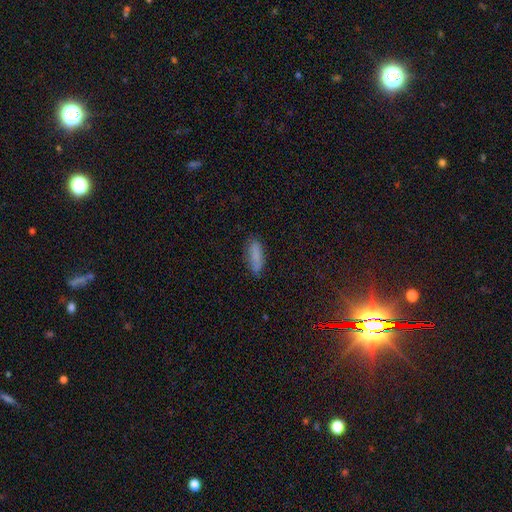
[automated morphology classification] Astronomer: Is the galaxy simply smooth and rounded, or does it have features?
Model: smooth — 80%.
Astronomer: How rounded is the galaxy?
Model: in between — 52% (runner-up: cigar-shaped, 46%).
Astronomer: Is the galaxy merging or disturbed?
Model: none — 77%.